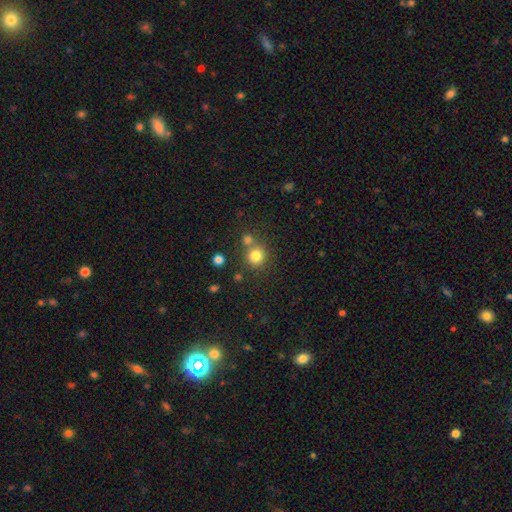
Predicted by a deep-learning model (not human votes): Smooth or featured? smooth (80%)
How rounded? round (91%)
Merging? none (65%)